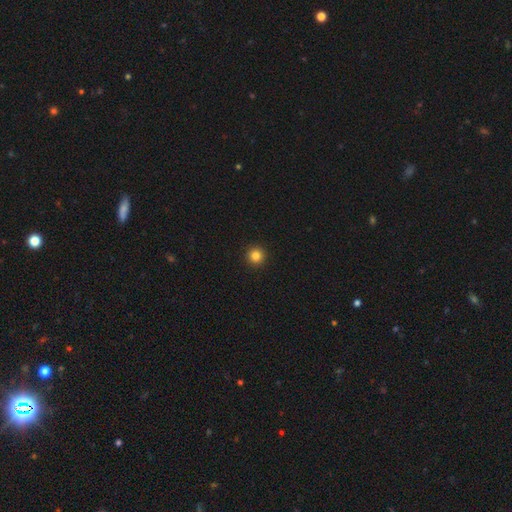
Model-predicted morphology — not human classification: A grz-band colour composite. It shows a smooth galaxy with no disk features (84%) that is round (96%). Merging: none (93%).